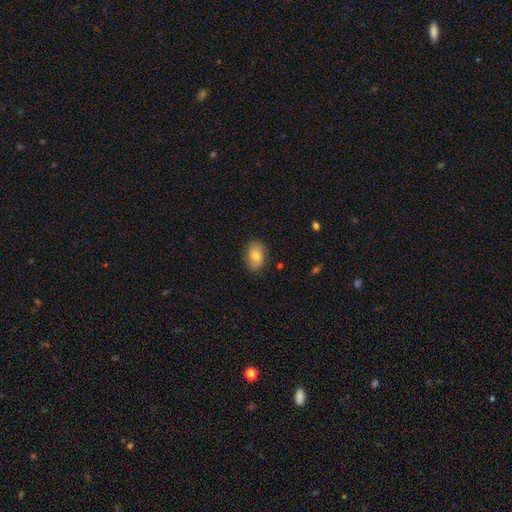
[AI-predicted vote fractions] A smooth galaxy with no disk features (75%) that is in between round and cigar-shaped (85%).

Vote fractions:
- Smooth or featured? smooth: 75% / featured or disk: 18% / star or artifact: 7%
- How rounded? in between: 85% / round: 14% / cigar-shaped: 1%
- Merging? none: 82% / minor disturbance: 14% / major disturbance: 3% / merger: 1%